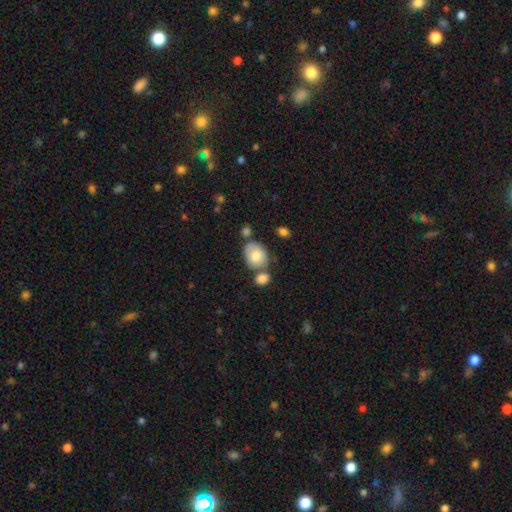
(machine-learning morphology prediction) A smooth galaxy with no disk features (78%) that is in between round and cigar-shaped (52%).

Vote fractions:
- Smooth or featured? smooth: 78% / featured or disk: 14% / star or artifact: 7%
- How rounded? in between: 52% / round: 47% / cigar-shaped: 1%
- Merging? none: 52% / merger: 25% / minor disturbance: 17% / major disturbance: 5%